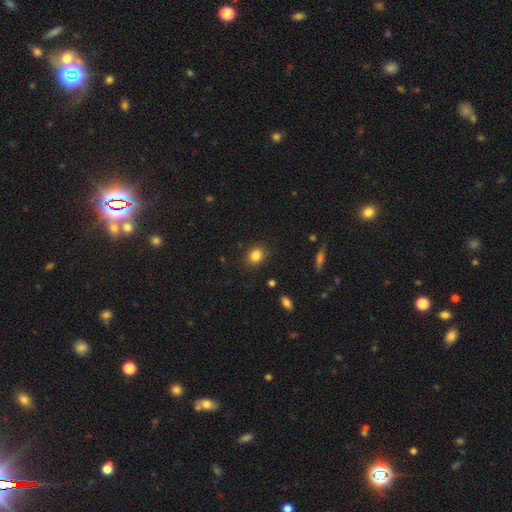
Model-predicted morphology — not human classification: Q: Smooth or featured?
A: smooth (85%); runner-up: star or artifact (10%)
Q: How rounded?
A: round (52%); runner-up: in between (46%)
Q: Merging?
A: none (86%); runner-up: minor disturbance (10%)